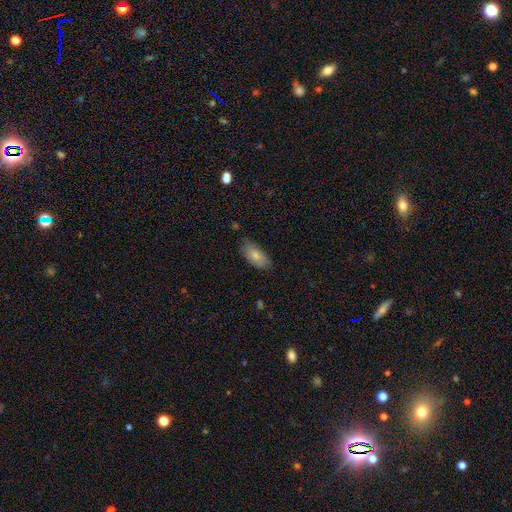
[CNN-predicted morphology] Smooth or featured? smooth (78%)
How rounded? in between (92%)
Merging? none (72%)